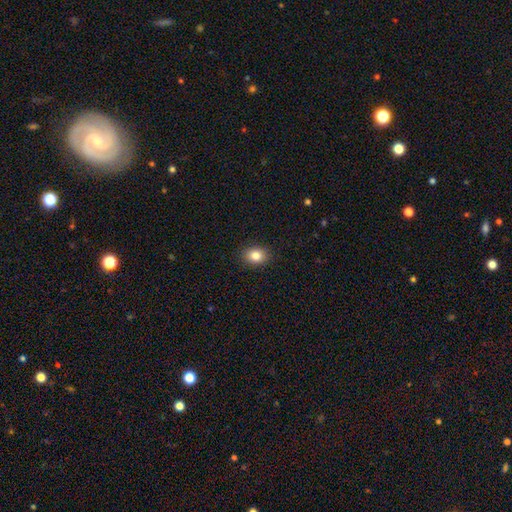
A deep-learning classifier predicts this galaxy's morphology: Smooth or featured?
  - smooth: 84% *
  - star or artifact: 10%
  - featured or disk: 6%
How rounded?
  - in between: 63% *
  - round: 36%
  - cigar-shaped: 1%
Merging?
  - none: 90% *
  - minor disturbance: 7%
  - major disturbance: 2%
  - merger: 1%